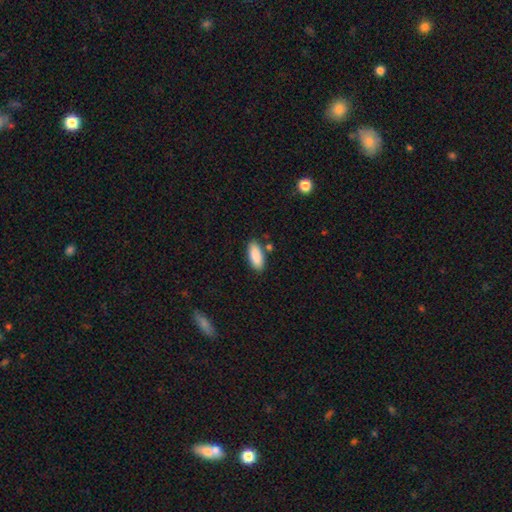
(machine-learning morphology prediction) A smooth galaxy with no disk features (89%) that is in between round and cigar-shaped (82%). Merging: none (83%).